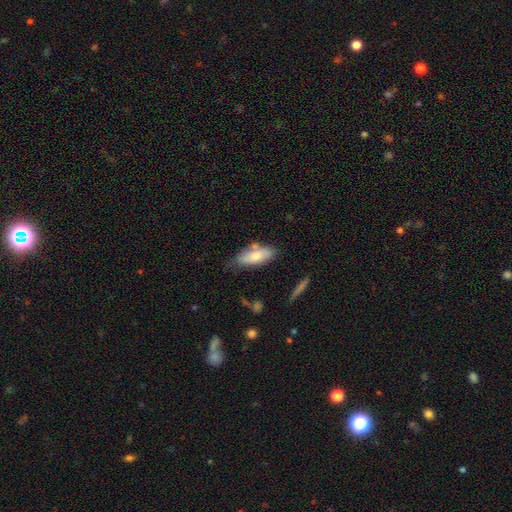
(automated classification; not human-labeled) Morphology: type=smooth (74%); roundness=in between (77%); merging=none (60%).